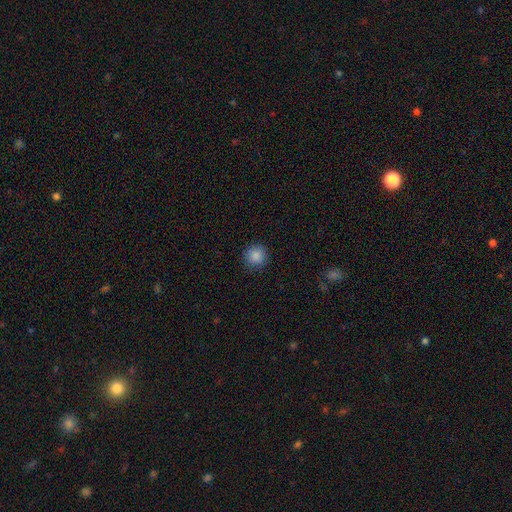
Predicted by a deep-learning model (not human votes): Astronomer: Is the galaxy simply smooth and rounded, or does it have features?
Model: smooth — 86%.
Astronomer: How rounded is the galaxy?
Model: round — 93%.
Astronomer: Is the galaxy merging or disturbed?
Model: none — 88%.